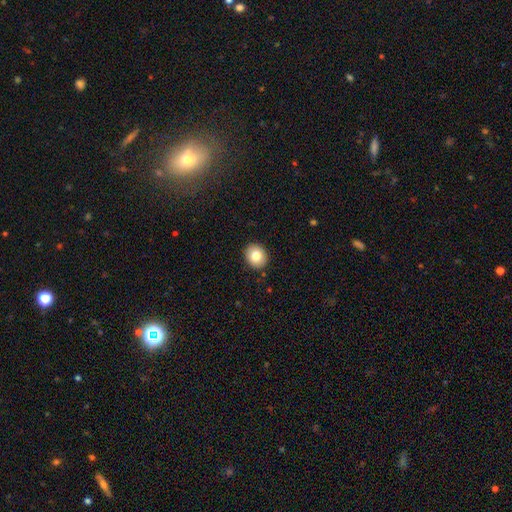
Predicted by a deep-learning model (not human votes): This appears to be a smooth galaxy with no disk features (81%) that is round (70%). Merging: none (91%).